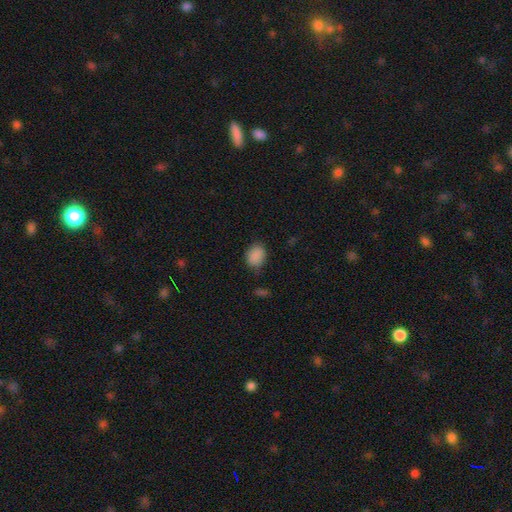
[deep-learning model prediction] Smooth or featured? smooth (88%)
How rounded? in between (64%)
Merging? none (73%)